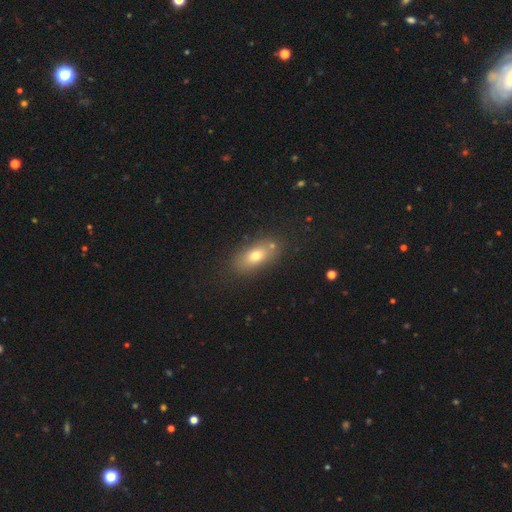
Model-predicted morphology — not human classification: This appears to be a smooth galaxy with no disk features (71%) that is in between round and cigar-shaped (81%). Merging: none (75%).